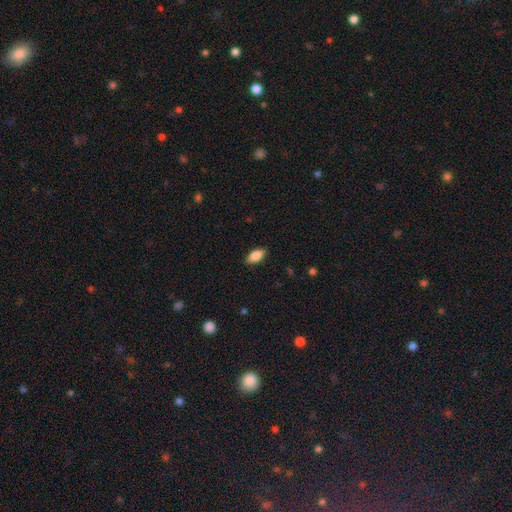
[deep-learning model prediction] Smooth or featured? Predicted: smooth (p=0.84). How rounded? Predicted: in between (p=0.89). Merging? Predicted: none (p=0.87).